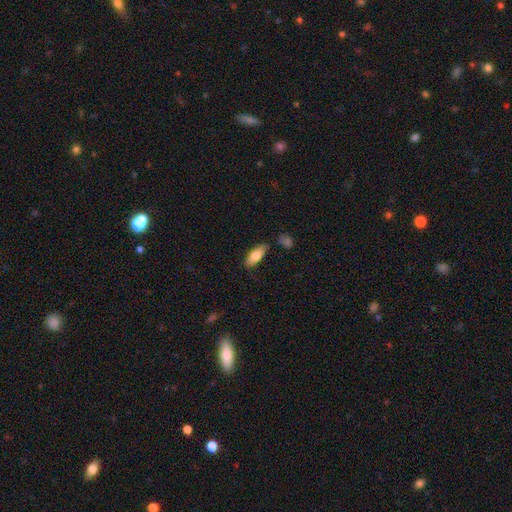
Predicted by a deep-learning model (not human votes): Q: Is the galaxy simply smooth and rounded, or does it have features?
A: smooth — 75%.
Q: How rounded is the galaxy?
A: in between — 71%.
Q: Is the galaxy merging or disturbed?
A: none — 81%.